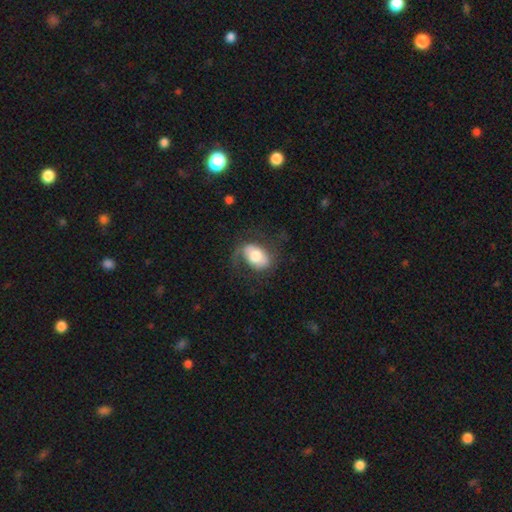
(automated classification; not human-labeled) This is possibly a smooth galaxy (50%). Merging: possibly none (58%).